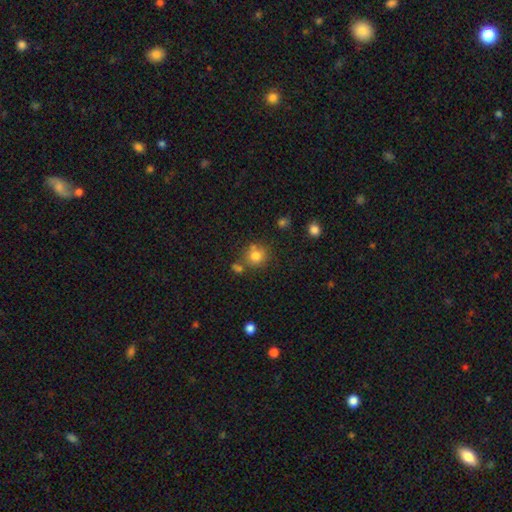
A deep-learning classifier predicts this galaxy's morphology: Smooth or featured? Predicted: smooth (p=0.78). How rounded? Predicted: round (p=0.88). Merging? Predicted: none (p=0.67).